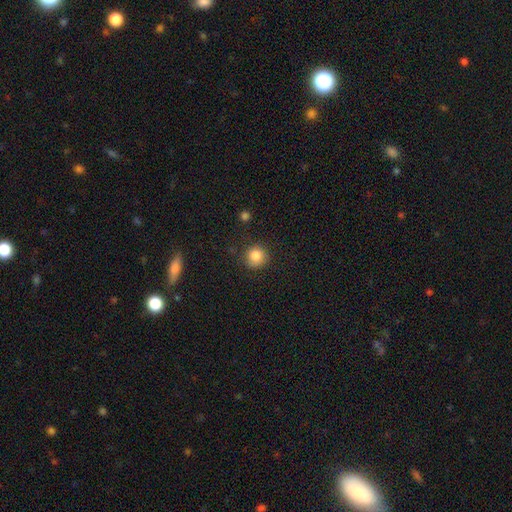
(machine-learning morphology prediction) Smooth or featured? smooth (85%)
How rounded? round (91%)
Merging? none (85%)